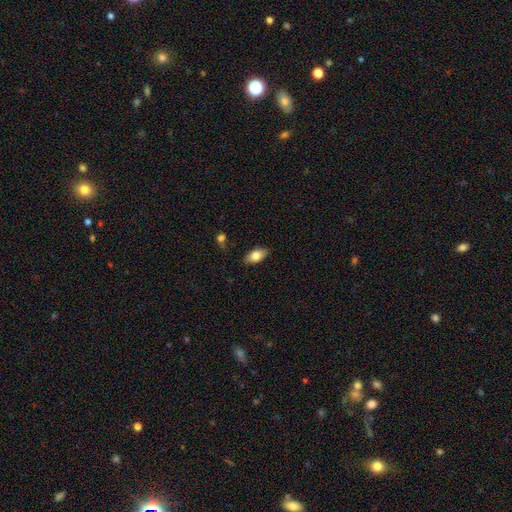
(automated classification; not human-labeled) A smooth galaxy with no disk features (77%) that is in between round and cigar-shaped (90%).

Vote fractions:
- Smooth or featured? smooth: 77% / featured or disk: 16% / star or artifact: 7%
- How rounded? in between: 90% / cigar-shaped: 6% / round: 4%
- Merging? none: 84% / minor disturbance: 12% / major disturbance: 2% / merger: 2%